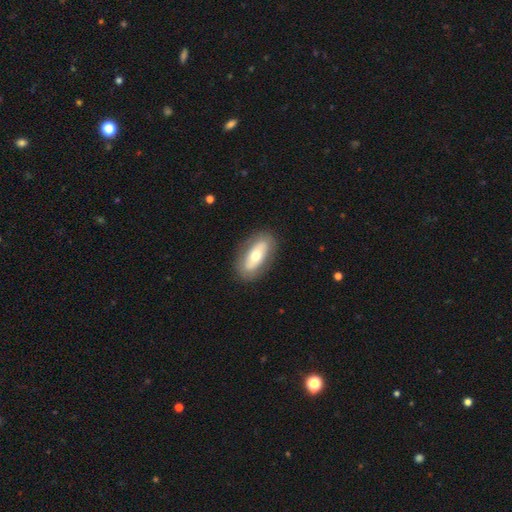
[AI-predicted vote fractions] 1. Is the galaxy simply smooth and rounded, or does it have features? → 54% smooth, 40% featured or disk, 6% star or artifact.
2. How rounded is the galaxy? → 85% in between, 11% cigar-shaped, 4% round.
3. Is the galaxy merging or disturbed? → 85% none, 10% minor disturbance, 3% major disturbance, 1% merger.